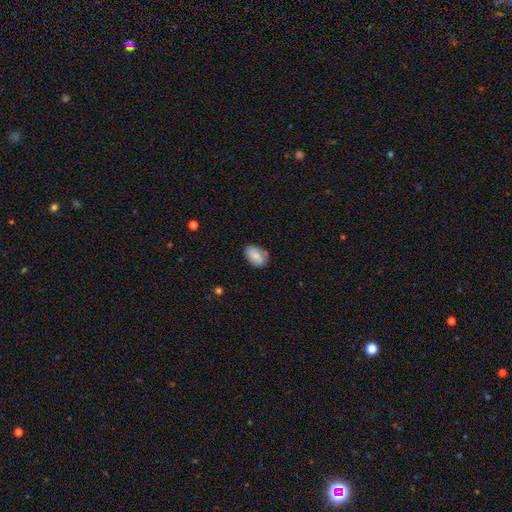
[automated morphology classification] type=smooth (77%); roundness=in between (86%); merging=none (74%).